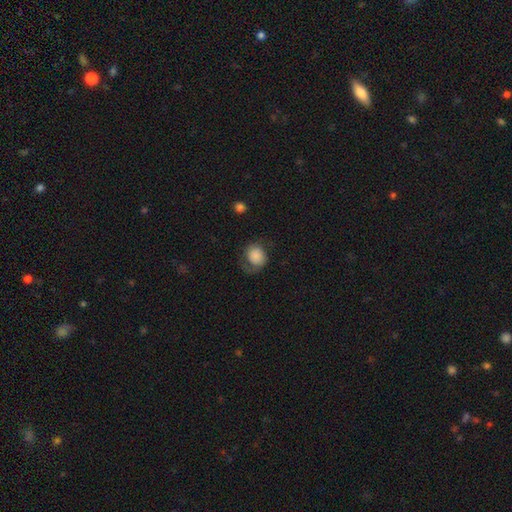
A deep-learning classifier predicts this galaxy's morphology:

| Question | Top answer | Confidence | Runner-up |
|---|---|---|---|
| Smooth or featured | smooth | 70% | featured or disk (22%) |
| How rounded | round | 67% | in between (32%) |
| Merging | none | 48% | minor disturbance (25%) |